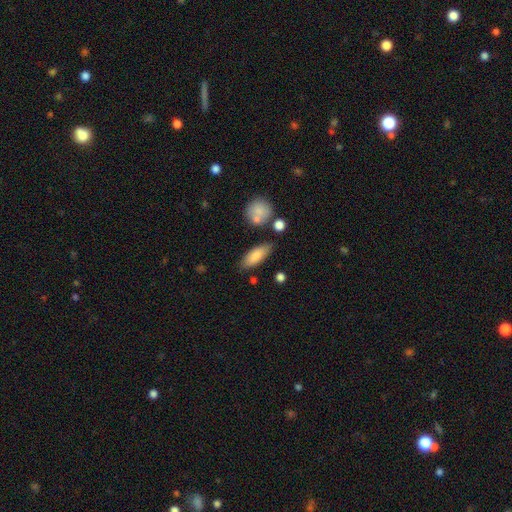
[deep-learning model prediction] Smooth or featured?
  - smooth: 82% *
  - featured or disk: 12%
  - star or artifact: 7%
How rounded?
  - in between: 73% *
  - cigar-shaped: 24%
  - round: 3%
Merging?
  - none: 78% *
  - minor disturbance: 13%
  - merger: 5%
  - major disturbance: 4%